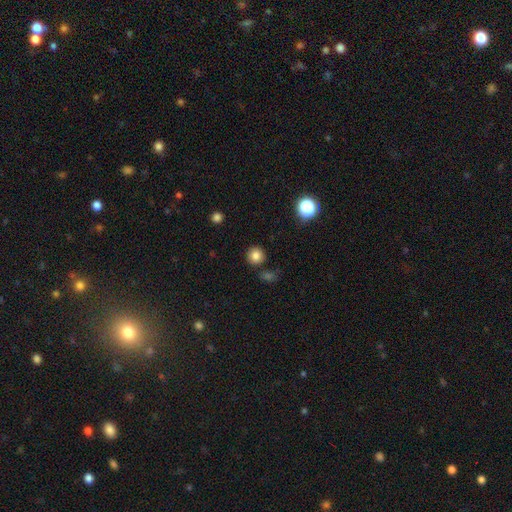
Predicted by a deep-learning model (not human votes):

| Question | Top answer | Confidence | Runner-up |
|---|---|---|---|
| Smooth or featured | smooth | 82% | star or artifact (12%) |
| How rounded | round | 92% | in between (7%) |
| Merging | none | 86% | minor disturbance (8%) |